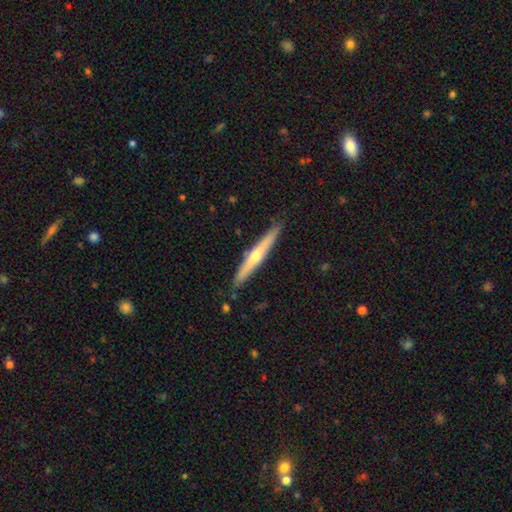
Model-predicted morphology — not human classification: Smooth or featured: featured or disk — 63% (smooth — 31%)
Edge-on disk: yes — 96% (no — 4%)
Edge-on bulge: rounded — 81% (none — 16%)
Merging: none — 90% (minor disturbance — 7%)